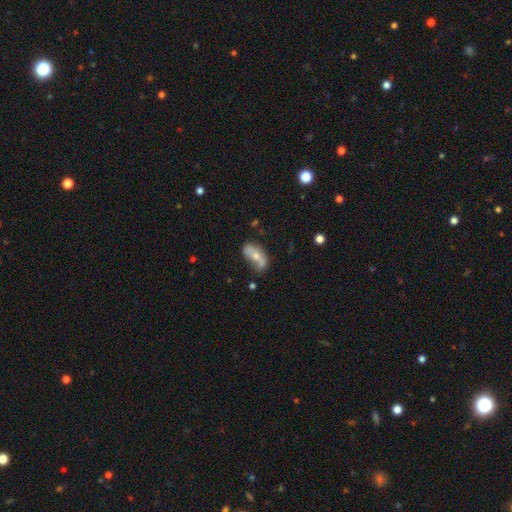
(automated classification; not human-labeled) This is possibly a smooth galaxy (52%). How rounded: clearly in between (87%). Merging: marginally none (36%).